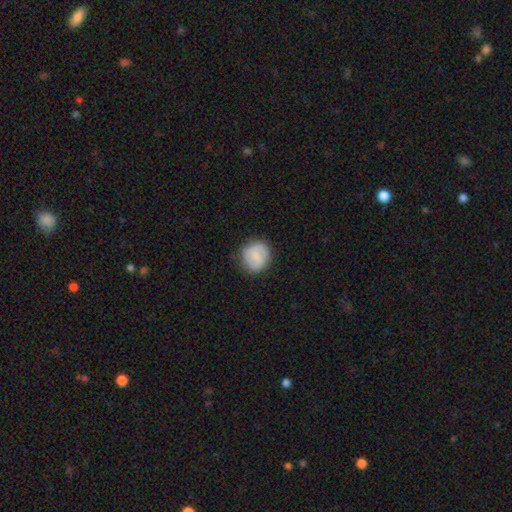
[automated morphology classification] This appears to be a smooth galaxy with no disk features (70%) that is round (85%). Merging: none (82%).